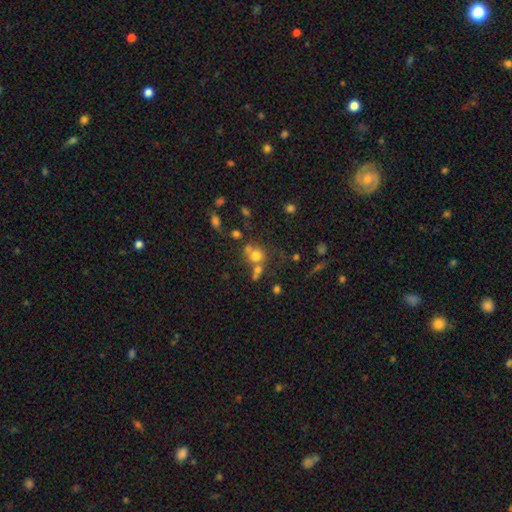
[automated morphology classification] Smooth or featured? smooth (69%)
How rounded? round (82%)
Merging? none (46%)